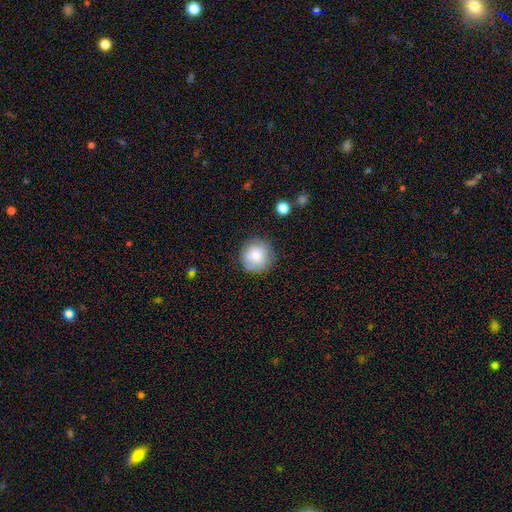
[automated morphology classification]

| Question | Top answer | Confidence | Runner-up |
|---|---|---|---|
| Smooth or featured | smooth | 80% | featured or disk (12%) |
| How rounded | round | 92% | in between (7%) |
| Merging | none | 81% | minor disturbance (14%) |